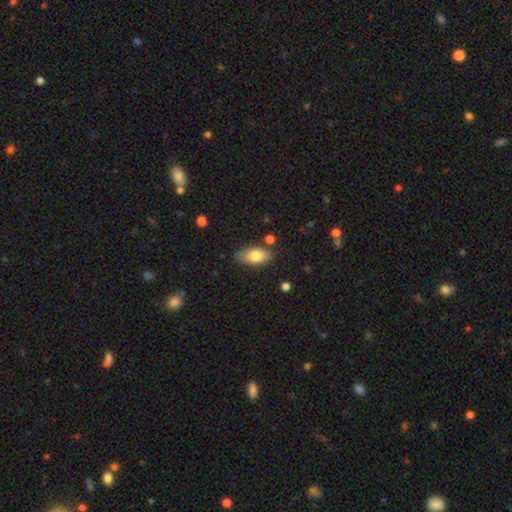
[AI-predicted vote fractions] Smooth or featured?
  - smooth: 77% *
  - featured or disk: 16%
  - star or artifact: 7%
How rounded?
  - in between: 90% *
  - cigar-shaped: 6%
  - round: 4%
Merging?
  - none: 76% *
  - minor disturbance: 17%
  - merger: 4%
  - major disturbance: 3%